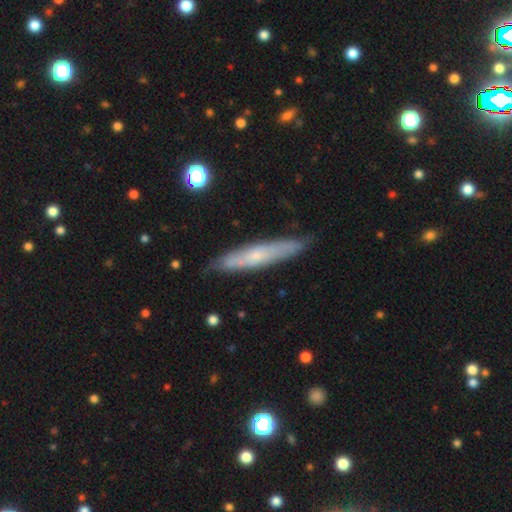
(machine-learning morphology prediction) smooth_or_featured: featured or disk (p=0.49) [alt: smooth p=0.45]
merging: none (p=0.81) [alt: minor disturbance p=0.15]